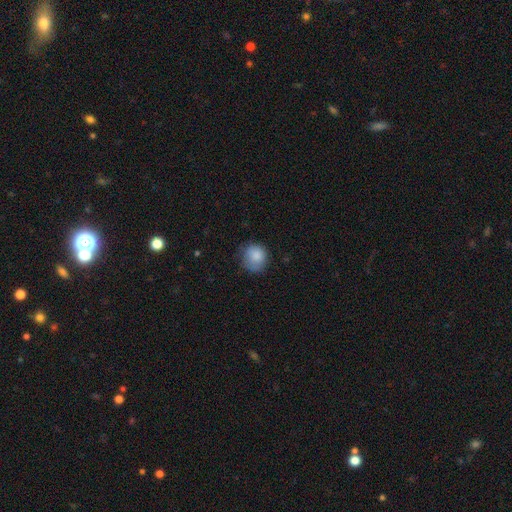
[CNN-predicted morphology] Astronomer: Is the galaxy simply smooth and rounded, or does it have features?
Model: smooth — 85%.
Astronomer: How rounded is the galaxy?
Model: round — 82%.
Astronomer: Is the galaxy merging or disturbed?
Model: none — 63%.